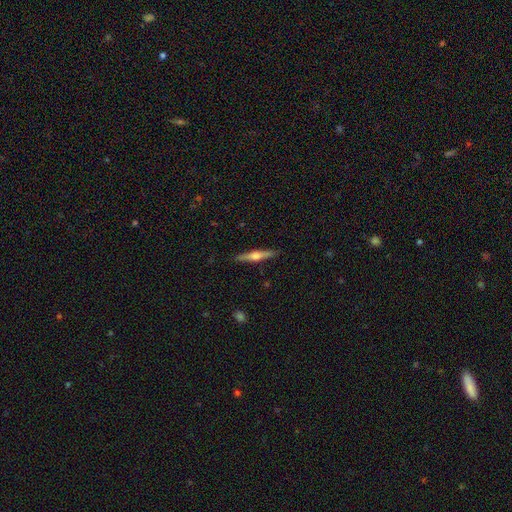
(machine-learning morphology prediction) Smooth or featured? Predicted: featured or disk (p=0.63). Edge-on disk? Predicted: yes (p=0.98). Edge-on bulge? Predicted: rounded (p=0.85). Merging? Predicted: none (p=0.90).